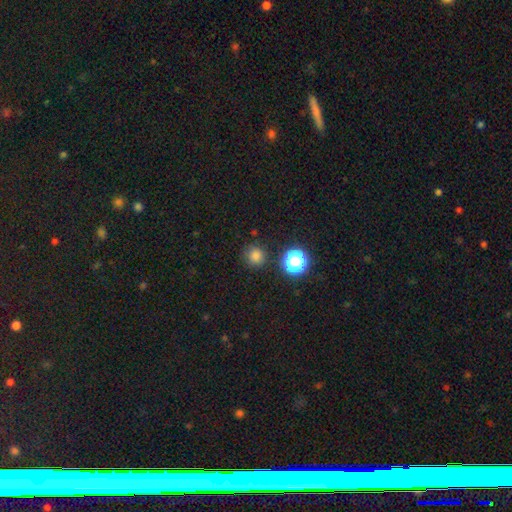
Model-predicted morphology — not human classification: Smooth or featured: smooth — 78% (star or artifact — 17%)
How rounded: round — 93% (in between — 6%)
Merging: none — 85% (minor disturbance — 9%)